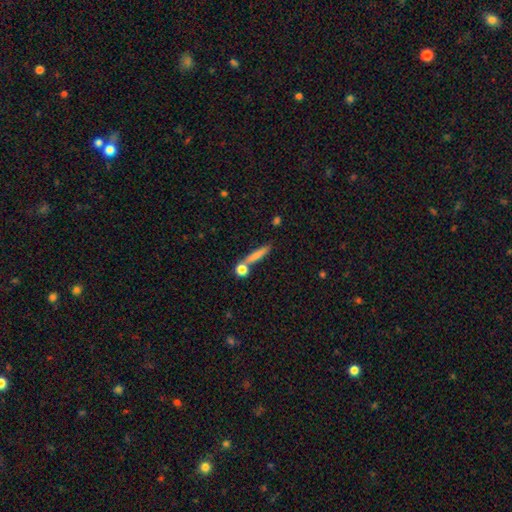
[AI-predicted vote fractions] The model was most divided on "merging": none: 67%, merger: 16%, minor disturbance: 12%, major disturbance: 5%. More confident: how rounded — cigar-shaped (83%); smooth or featured — smooth (71%).